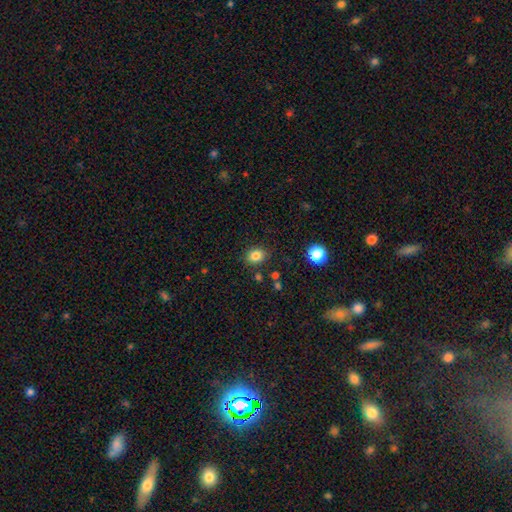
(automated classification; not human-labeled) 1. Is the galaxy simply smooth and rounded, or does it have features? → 82% smooth, 12% star or artifact, 6% featured or disk.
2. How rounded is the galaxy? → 55% round, 45% in between, 1% cigar-shaped.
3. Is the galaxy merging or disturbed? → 83% none, 11% minor disturbance, 3% major disturbance, 3% merger.